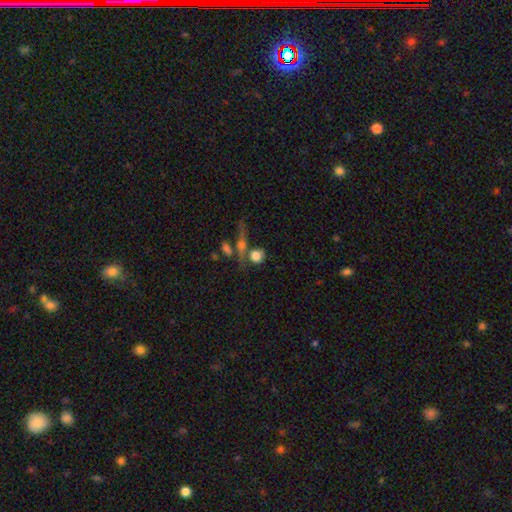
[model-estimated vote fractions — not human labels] A smooth galaxy with no disk features (77%) that is round (77%). Merging: none (51%).